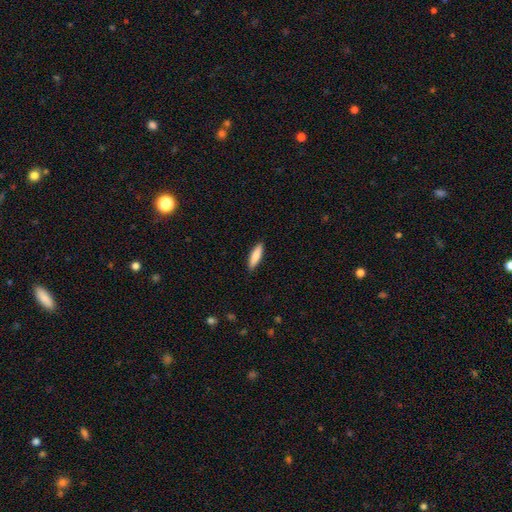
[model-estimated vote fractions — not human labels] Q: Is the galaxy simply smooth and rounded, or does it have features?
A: smooth — 84%.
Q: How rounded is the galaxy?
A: cigar-shaped — 70%.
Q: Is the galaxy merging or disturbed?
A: none — 90%.